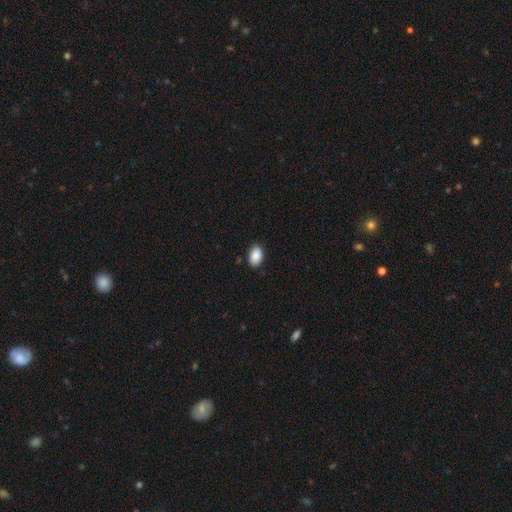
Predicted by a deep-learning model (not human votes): This is clearly a smooth galaxy (89%). How rounded: clearly in between (91%). Merging: clearly none (87%).